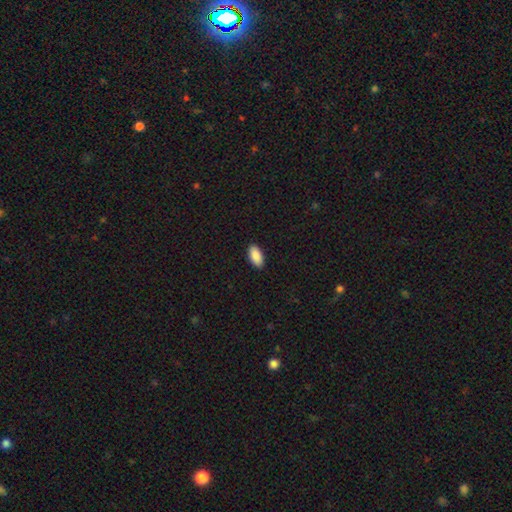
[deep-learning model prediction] smooth 90%, star or artifact 6%, featured or disk 4%. Down the decision tree: how rounded — in between (94%); merging — none (90%).